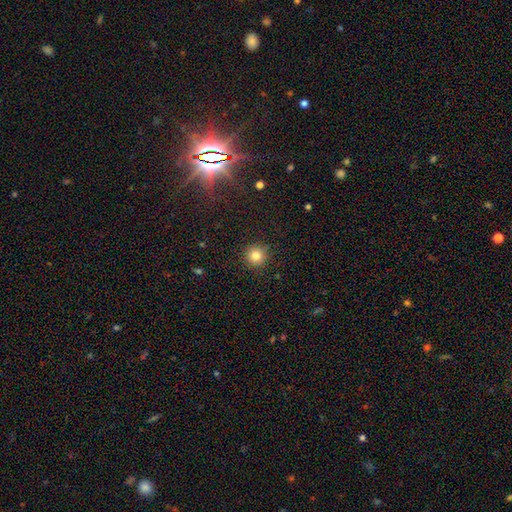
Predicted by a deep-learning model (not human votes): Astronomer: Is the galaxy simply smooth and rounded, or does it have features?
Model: smooth — 81%.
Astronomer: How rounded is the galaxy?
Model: round — 95%.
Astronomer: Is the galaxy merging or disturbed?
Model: none — 90%.